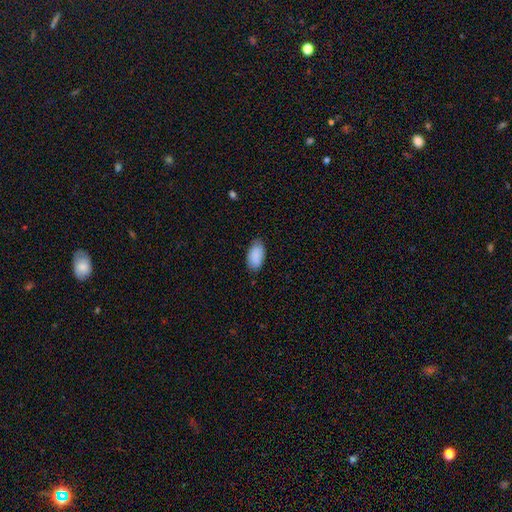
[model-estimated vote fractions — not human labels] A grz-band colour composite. It shows a smooth galaxy with no disk features (89%) that is in between round and cigar-shaped (94%). Merging: none (80%).